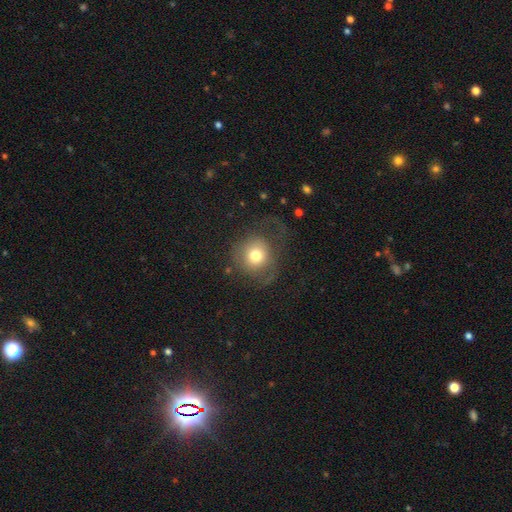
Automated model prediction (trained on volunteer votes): Overall: smooth (70%). How rounded: round (81%). Merging: none (47%; major disturbance 32%).